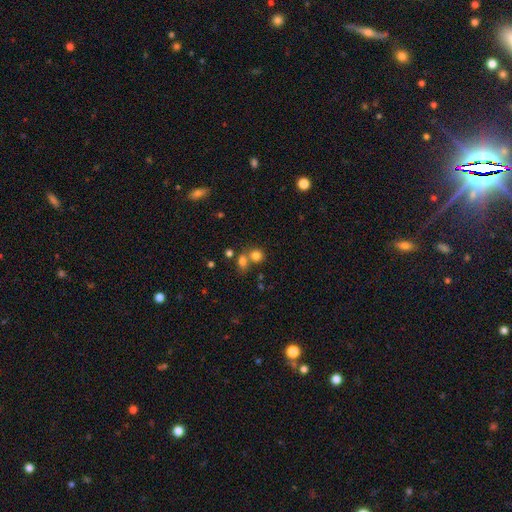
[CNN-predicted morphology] A smooth galaxy with no disk features (78%) that is round (79%). Merging: none (48%).